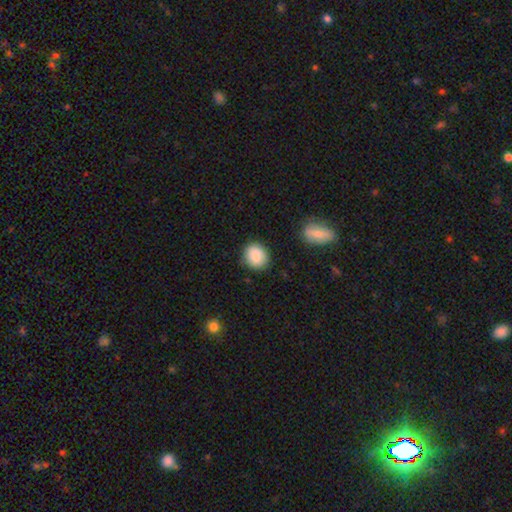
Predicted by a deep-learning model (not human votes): Q: Smooth or featured?
A: smooth (86%); runner-up: star or artifact (8%)
Q: How rounded?
A: round (72%); runner-up: in between (27%)
Q: Merging?
A: none (84%); runner-up: minor disturbance (11%)